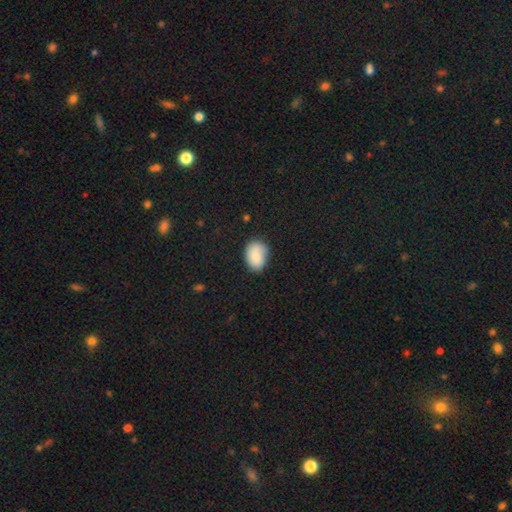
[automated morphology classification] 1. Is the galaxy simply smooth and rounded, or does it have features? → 84% smooth, 8% featured or disk, 7% star or artifact.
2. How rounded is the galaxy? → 76% in between, 23% round, 1% cigar-shaped.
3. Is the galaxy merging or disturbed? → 72% none, 21% minor disturbance, 4% major disturbance, 2% merger.